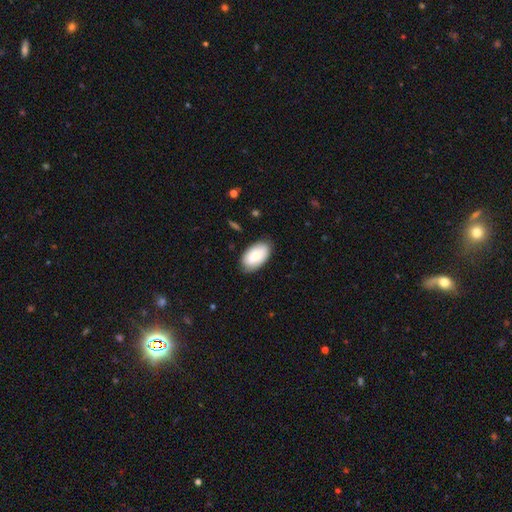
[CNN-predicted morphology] The model was most divided on "smooth or featured": smooth: 75%, featured or disk: 19%, star or artifact: 6%. More confident: how rounded — in between (95%); merging — none (81%).